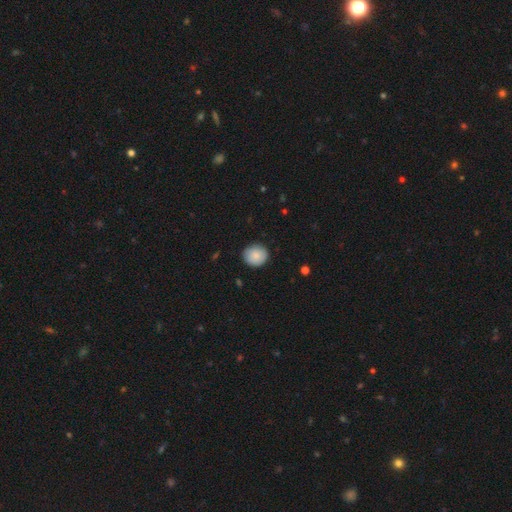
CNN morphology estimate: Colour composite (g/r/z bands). It shows a smooth galaxy with no disk features (87%) that is round (87%). Merging: none (88%).